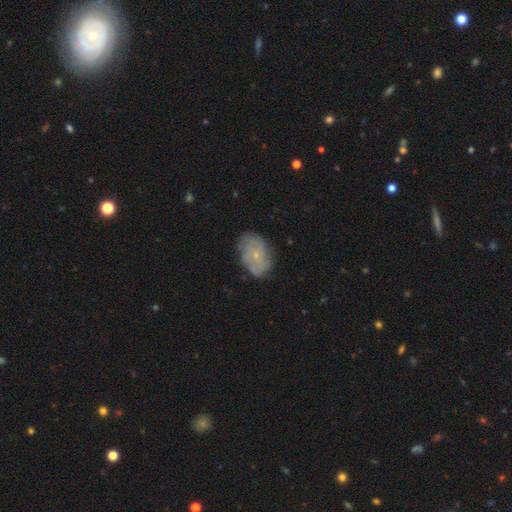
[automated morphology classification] Smooth or featured: featured or disk — 52% (smooth — 40%)
Edge-on disk: no — 96% (yes — 4%)
Merging: none — 77% (minor disturbance — 17%)